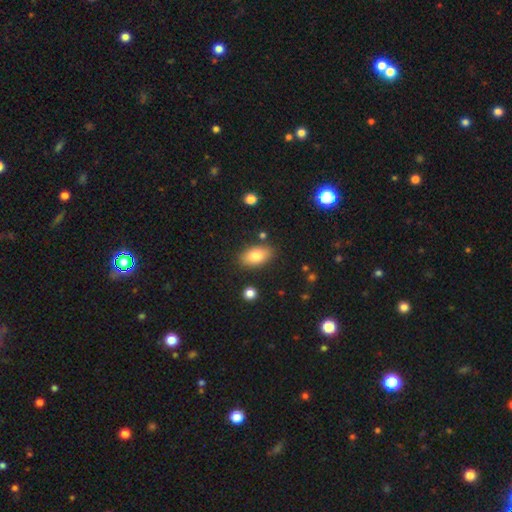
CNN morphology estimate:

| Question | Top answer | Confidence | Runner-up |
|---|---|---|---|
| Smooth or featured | smooth | 80% | featured or disk (13%) |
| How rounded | in between | 91% | round (6%) |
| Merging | none | 83% | minor disturbance (11%) |